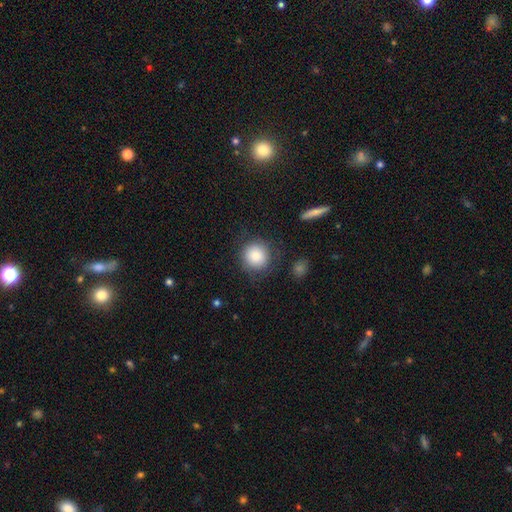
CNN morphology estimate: smooth_or_featured: smooth (p=0.86) [alt: star or artifact p=0.08]
how_rounded: round (p=0.92) [alt: in between p=0.07]
merging: none (p=0.81) [alt: minor disturbance p=0.12]